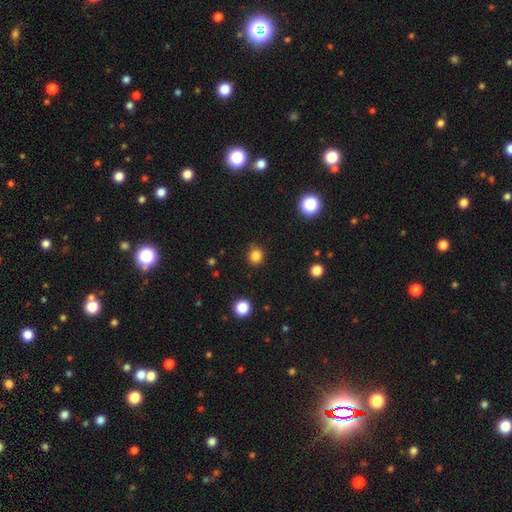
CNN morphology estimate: This appears to be a smooth galaxy with no disk features (83%) that is round (85%). Merging: none (86%).